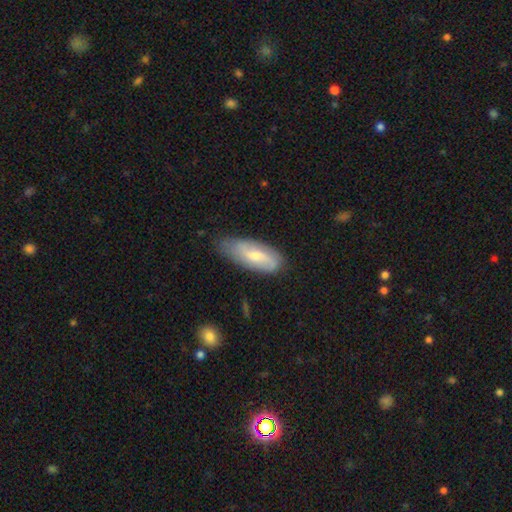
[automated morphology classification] Smooth or featured?
  - smooth: 48% *
  - featured or disk: 46%
  - star or artifact: 6%
Merging?
  - none: 64% *
  - minor disturbance: 28%
  - major disturbance: 6%
  - merger: 2%